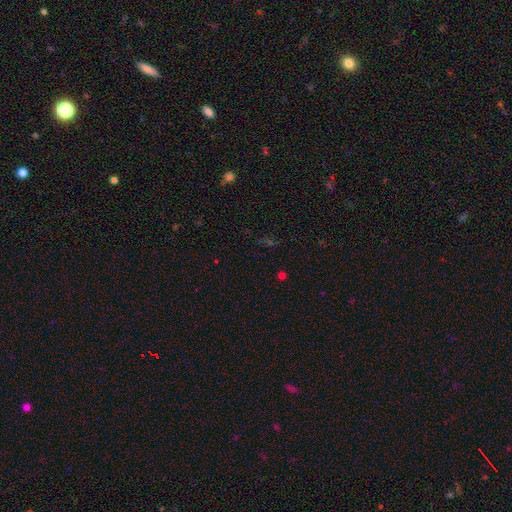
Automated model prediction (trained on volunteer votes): Q: Smooth or featured?
A: star or artifact (60%); runner-up: smooth (29%)